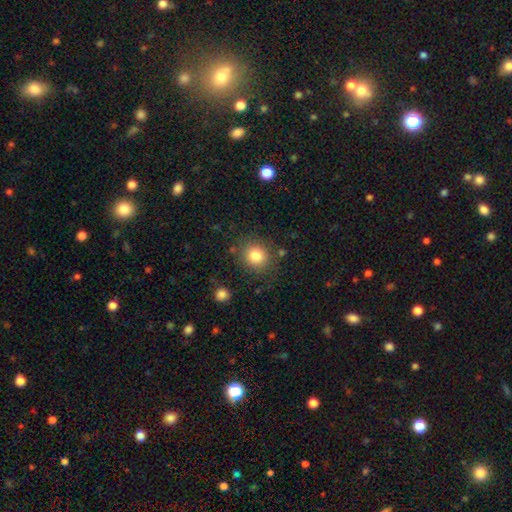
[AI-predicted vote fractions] A smooth galaxy with no disk features (83%) that is round (84%).

Vote fractions:
- Smooth or featured? smooth: 83% / star or artifact: 11% / featured or disk: 7%
- How rounded? round: 84% / in between: 15% / cigar-shaped: 1%
- Merging? none: 83% / minor disturbance: 10% / major disturbance: 4% / merger: 3%